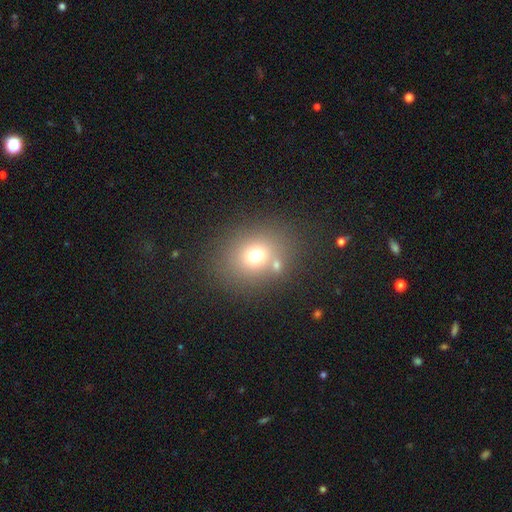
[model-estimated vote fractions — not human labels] A smooth galaxy with no disk features (69%) that is round (61%). Merging: none (69%).